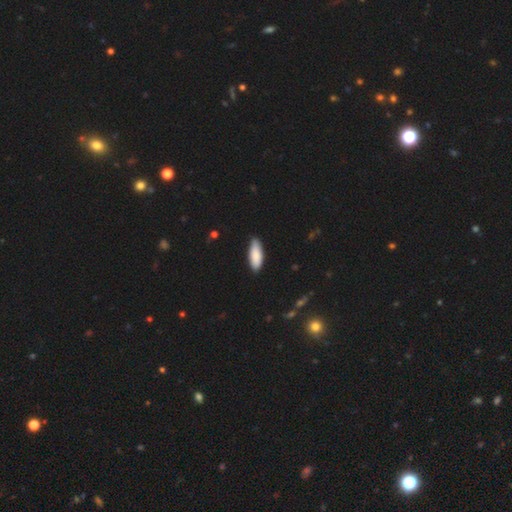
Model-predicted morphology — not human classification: Smooth or featured: smooth — 87% (featured or disk — 8%)
How rounded: in between — 69% (cigar-shaped — 30%)
Merging: none — 85% (minor disturbance — 12%)